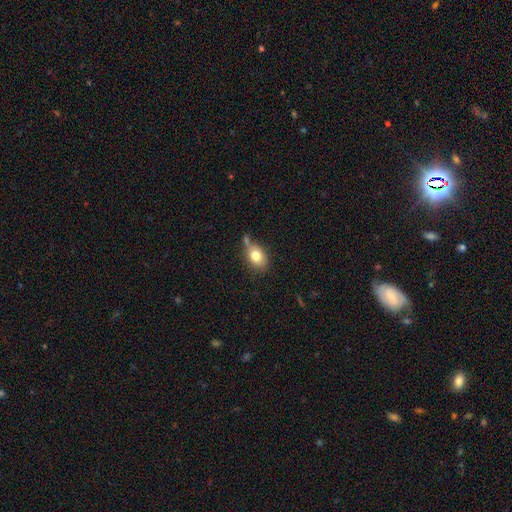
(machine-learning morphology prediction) Q: Smooth or featured?
A: smooth (77%); runner-up: featured or disk (14%)
Q: How rounded?
A: in between (69%); runner-up: round (29%)
Q: Merging?
A: none (52%); runner-up: minor disturbance (25%)